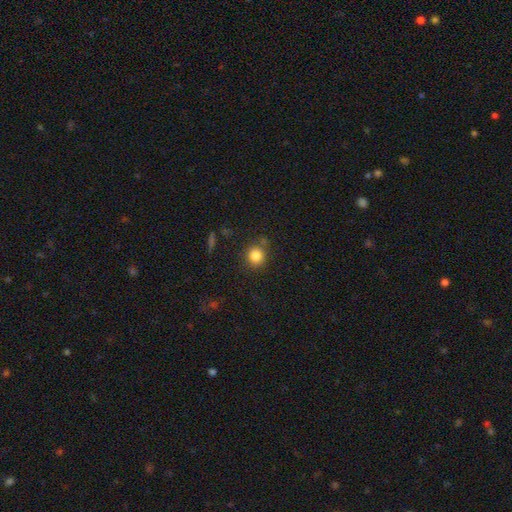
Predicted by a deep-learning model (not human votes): Smooth or featured: smooth — 84% (star or artifact — 11%)
How rounded: round — 89% (in between — 10%)
Merging: none — 82% (minor disturbance — 10%)